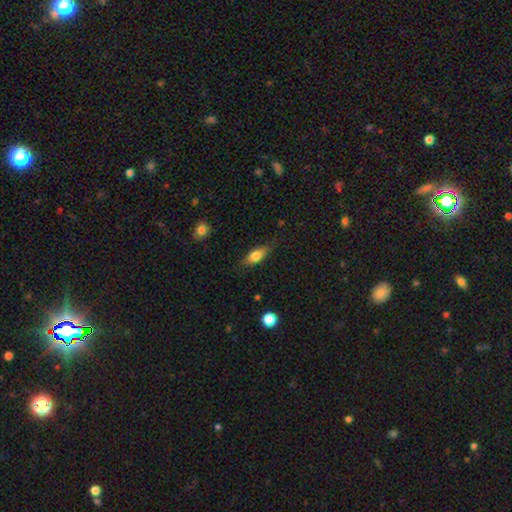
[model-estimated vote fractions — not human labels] Smooth or featured? Predicted: smooth (p=0.76). How rounded? Predicted: in between (p=0.77). Merging? Predicted: none (p=0.75).